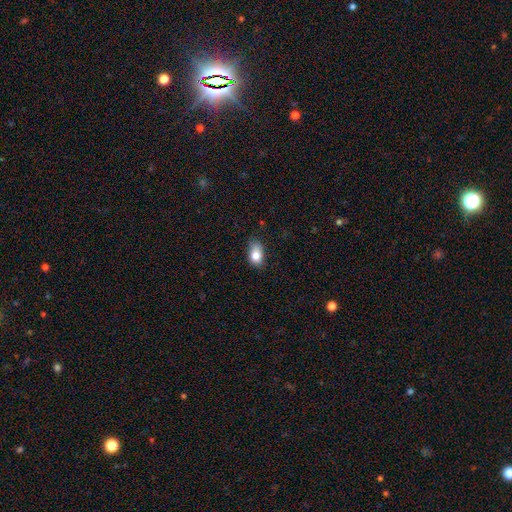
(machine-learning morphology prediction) smooth_or_featured: smooth (p=0.80) [alt: featured or disk p=0.11]
how_rounded: in between (p=0.84) [alt: round p=0.14]
merging: none (p=0.61) [alt: minor disturbance p=0.30]